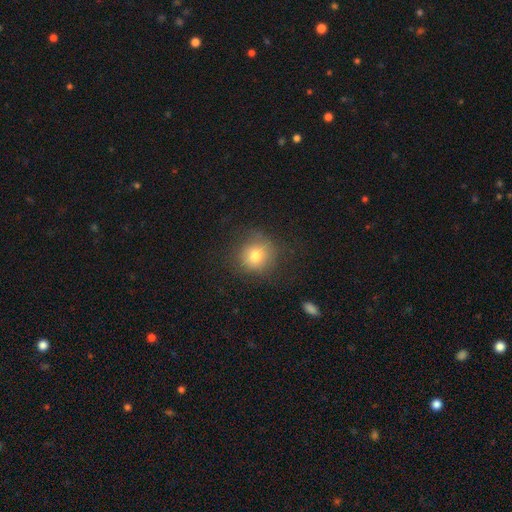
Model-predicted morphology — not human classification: Smooth or featured? Predicted: smooth (p=0.74). How rounded? Predicted: round (p=0.89). Merging? Predicted: none (p=0.75).